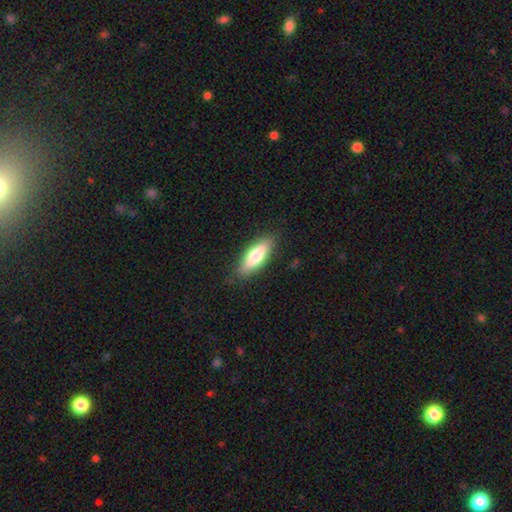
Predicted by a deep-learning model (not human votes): Morphology: type=smooth (70%); roundness=in between (56%); merging=none (84%).